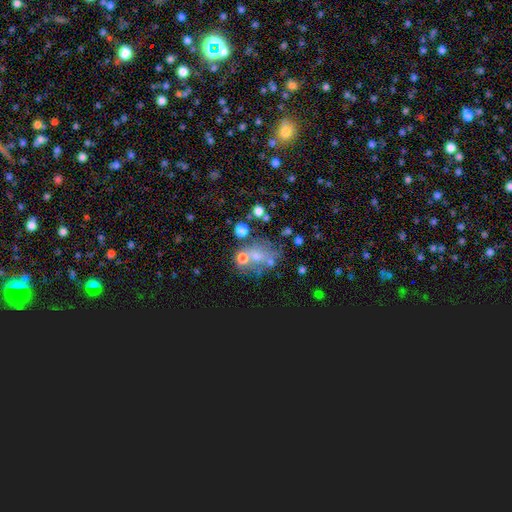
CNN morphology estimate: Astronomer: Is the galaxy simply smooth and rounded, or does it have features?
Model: smooth — 40% (runner-up: featured or disk, 34%).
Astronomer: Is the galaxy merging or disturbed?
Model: none — 43% (runner-up: merger, 26%).